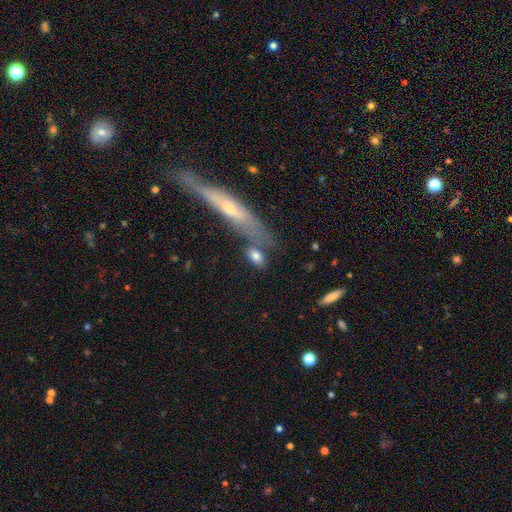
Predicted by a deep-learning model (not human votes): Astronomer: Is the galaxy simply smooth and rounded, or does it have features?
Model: smooth — 77%.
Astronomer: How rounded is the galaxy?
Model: in between — 74%.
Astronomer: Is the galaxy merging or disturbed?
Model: none — 61%.